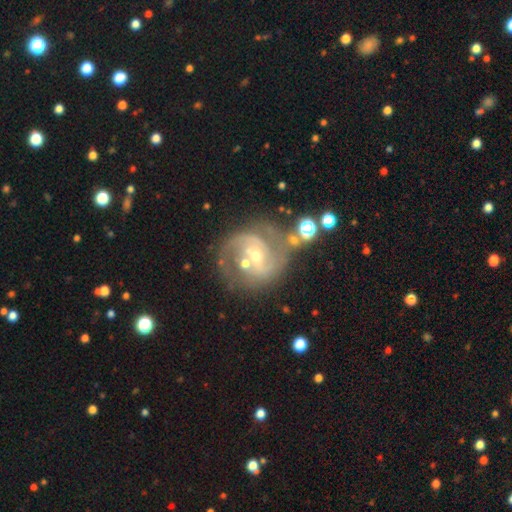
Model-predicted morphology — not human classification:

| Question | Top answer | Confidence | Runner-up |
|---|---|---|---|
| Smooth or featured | featured or disk | 85% | star or artifact (8%) |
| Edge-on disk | no | 97% | yes (3%) |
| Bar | weak | 43% | no (39%) |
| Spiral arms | yes | 95% | no (5%) |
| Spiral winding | medium | 53% | tight (28%) |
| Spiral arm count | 2 | 77% | can't tell (8%) |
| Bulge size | small | 54% | moderate (41%) |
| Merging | none | 55% | minor disturbance (18%) |